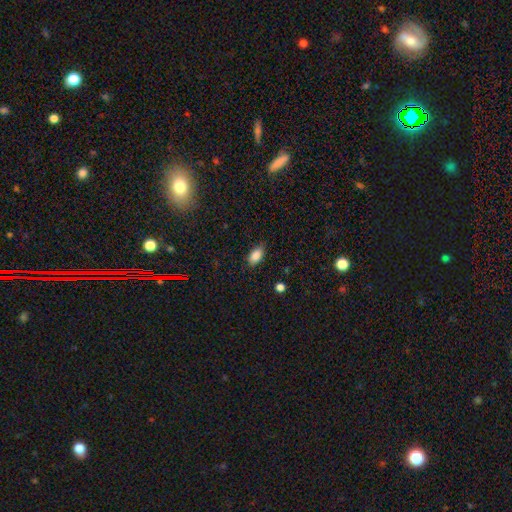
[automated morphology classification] A smooth galaxy with no disk features (87%) that is in between round and cigar-shaped (91%).

Vote fractions:
- Smooth or featured? smooth: 87% / star or artifact: 8% / featured or disk: 6%
- How rounded? in between: 91% / round: 5% / cigar-shaped: 4%
- Merging? none: 80% / minor disturbance: 16% / major disturbance: 3% / merger: 1%